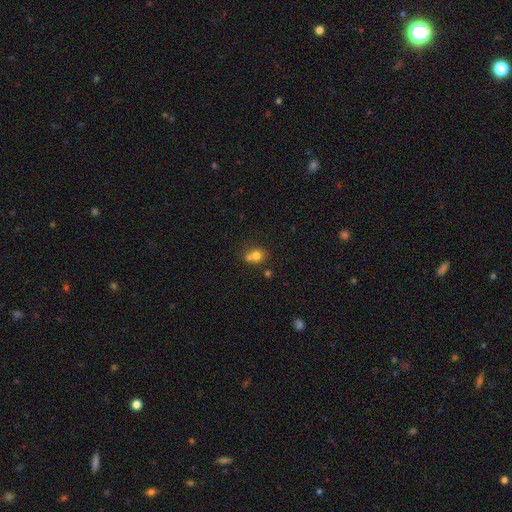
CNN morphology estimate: Smooth or featured?
  - smooth: 75% *
  - featured or disk: 13%
  - star or artifact: 12%
How rounded?
  - round: 70% *
  - in between: 28%
  - cigar-shaped: 1%
Merging?
  - merger: 45% *
  - none: 40%
  - minor disturbance: 10%
  - major disturbance: 4%